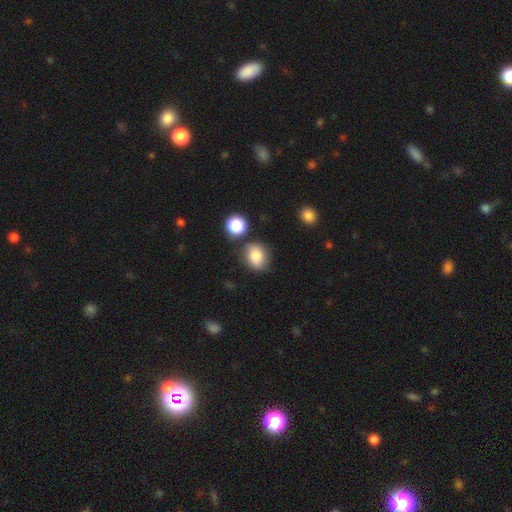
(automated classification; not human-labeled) This is clearly a smooth galaxy (81%). How rounded: possibly round (53%). Merging: likely none (68%).